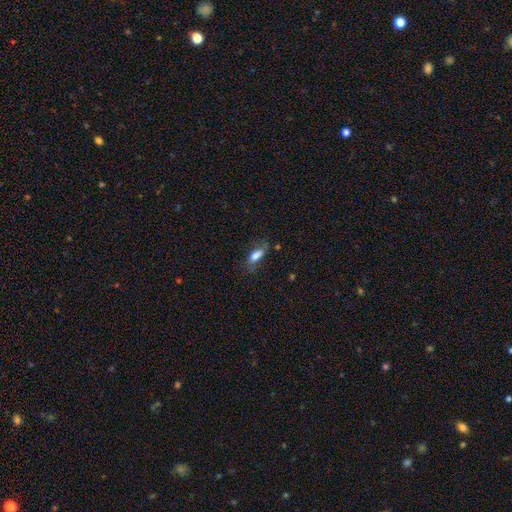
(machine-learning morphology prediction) Q: Smooth or featured?
A: smooth (71%); runner-up: featured or disk (20%)
Q: How rounded?
A: in between (70%); runner-up: cigar-shaped (26%)
Q: Merging?
A: none (56%); runner-up: minor disturbance (27%)